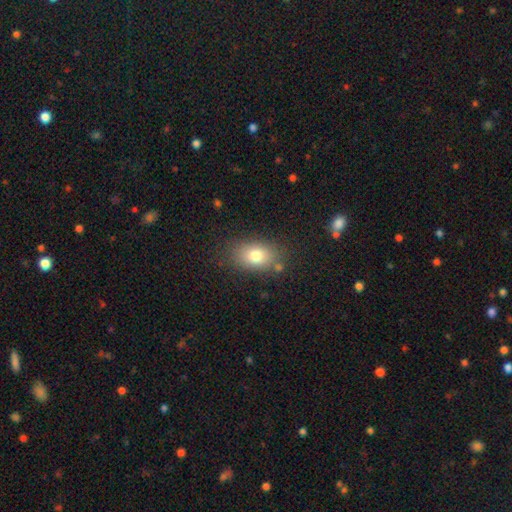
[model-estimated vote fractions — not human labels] Smooth or featured?
  - smooth: 78% *
  - featured or disk: 12%
  - star or artifact: 10%
How rounded?
  - in between: 82% *
  - round: 16%
  - cigar-shaped: 2%
Merging?
  - none: 79% *
  - minor disturbance: 13%
  - major disturbance: 4%
  - merger: 4%